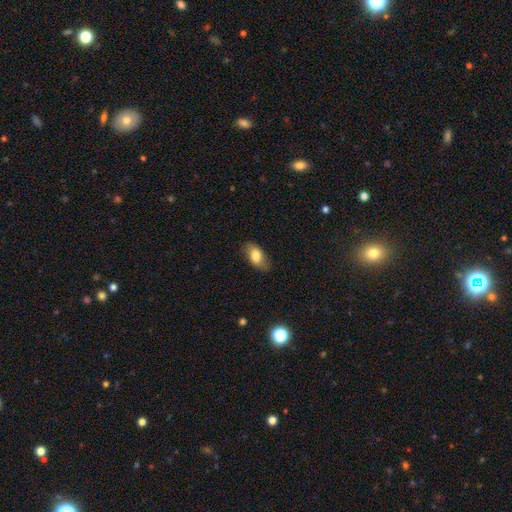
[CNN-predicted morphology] A smooth galaxy with no disk features (77%) that is in between round and cigar-shaped (90%).

Vote fractions:
- Smooth or featured? smooth: 77% / featured or disk: 15% / star or artifact: 7%
- How rounded? in between: 90% / round: 5% / cigar-shaped: 4%
- Merging? none: 80% / minor disturbance: 15% / major disturbance: 4% / merger: 1%